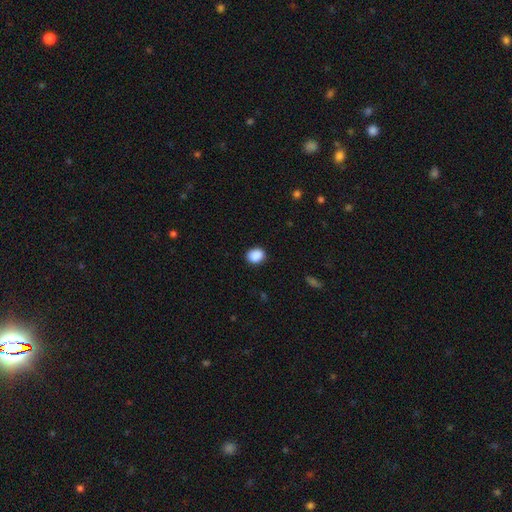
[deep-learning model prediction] This appears to be a smooth galaxy with no disk features (89%) that is round (56%). Merging: none (88%).